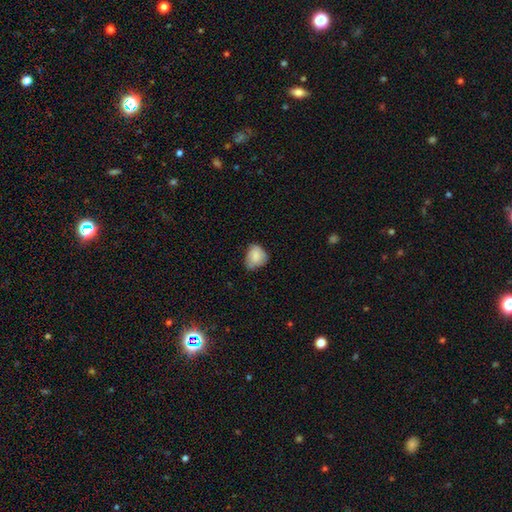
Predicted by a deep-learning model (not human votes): Q: Smooth or featured?
A: smooth (78%); runner-up: featured or disk (14%)
Q: How rounded?
A: round (58%); runner-up: in between (41%)
Q: Merging?
A: none (49%); runner-up: minor disturbance (39%)